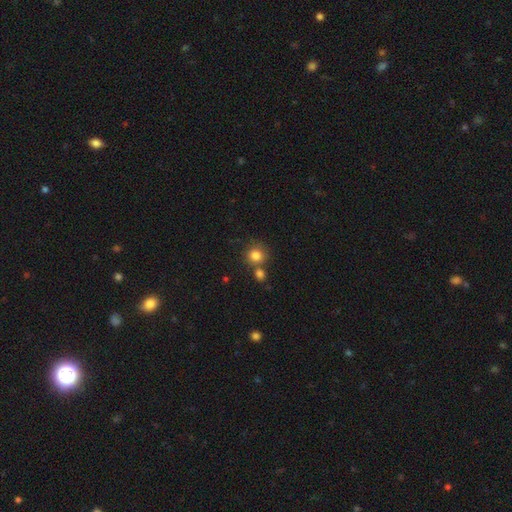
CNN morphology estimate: This appears to be a smooth galaxy with no disk features (82%) that is round (87%). Merging: none (64%).